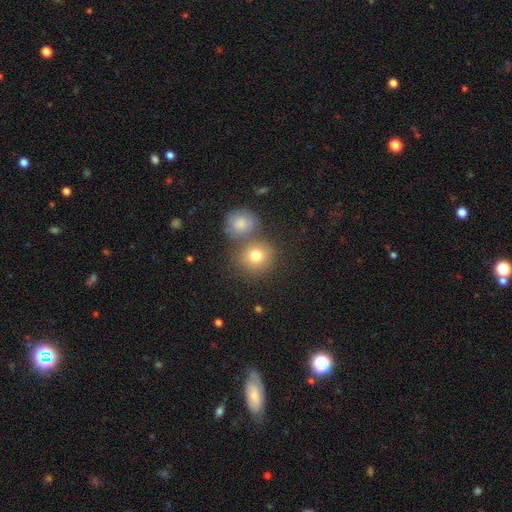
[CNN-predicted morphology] smooth_or_featured: smooth (p=0.78) [alt: star or artifact p=0.11]
how_rounded: round (p=0.87) [alt: in between p=0.12]
merging: none (p=0.61) [alt: merger p=0.26]